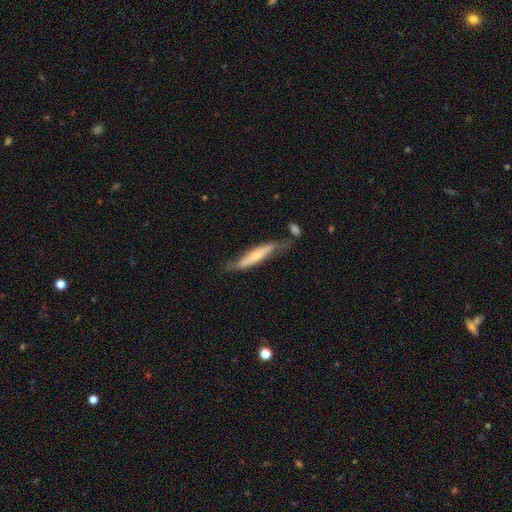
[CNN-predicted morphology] smooth-or-featured: featured or disk: 53% | smooth: 42% | star or artifact: 5%
  disk-edge-on: yes: 73% | no: 27%
  merging: none: 54% | minor disturbance: 28% | major disturbance: 10% | merger: 8%